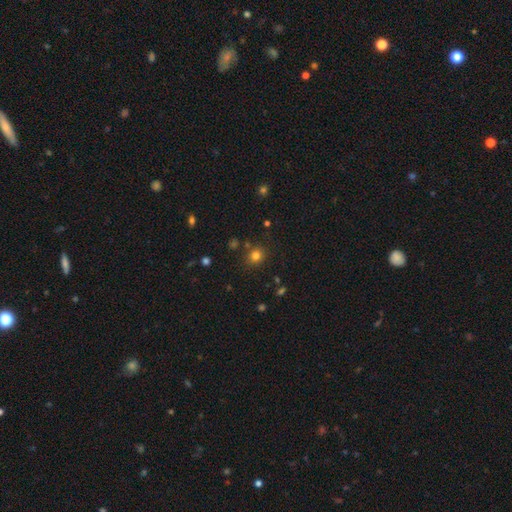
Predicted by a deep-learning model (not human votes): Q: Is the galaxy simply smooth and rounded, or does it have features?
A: smooth — 78%.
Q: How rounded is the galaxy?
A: round — 83%.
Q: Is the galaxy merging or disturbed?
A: none — 83%.